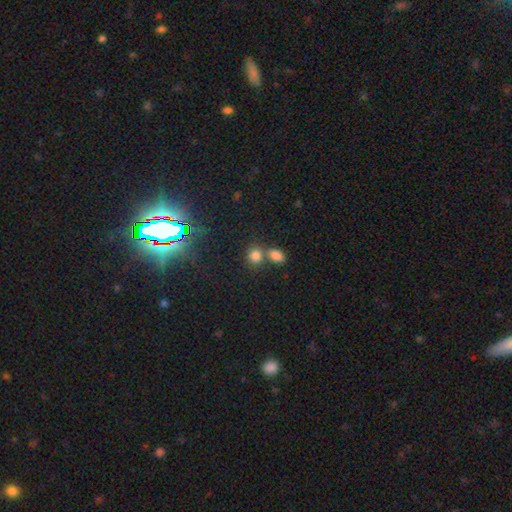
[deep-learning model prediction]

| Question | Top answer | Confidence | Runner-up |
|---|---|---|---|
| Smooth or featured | smooth | 77% | star or artifact (17%) |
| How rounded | round | 73% | in between (26%) |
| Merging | none | 50% | merger (39%) |